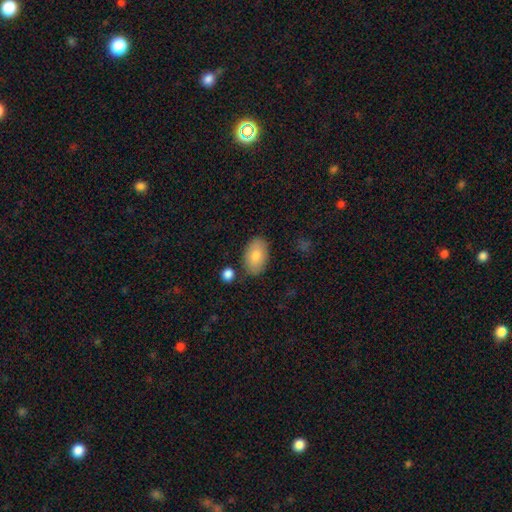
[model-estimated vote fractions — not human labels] A smooth galaxy with no disk features (84%) that is in between round and cigar-shaped (93%).

Vote fractions:
- Smooth or featured? smooth: 84% / featured or disk: 10% / star or artifact: 6%
- How rounded? in between: 93% / round: 6% / cigar-shaped: 1%
- Merging? none: 80% / minor disturbance: 13% / merger: 4% / major disturbance: 3%